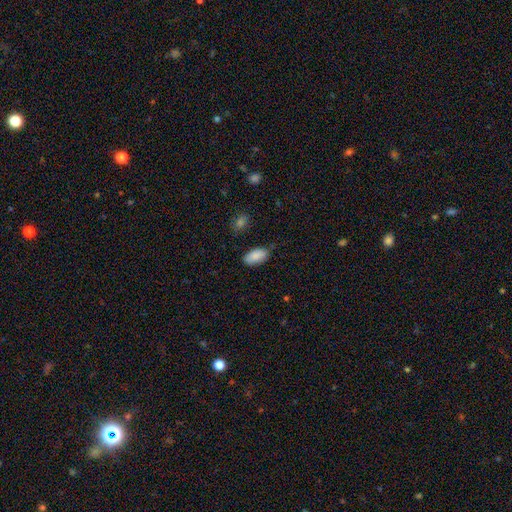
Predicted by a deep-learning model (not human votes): smooth_or_featured: smooth (p=0.87) [alt: star or artifact p=0.07]
how_rounded: in between (p=0.93) [alt: cigar-shaped p=0.04]
merging: none (p=0.79) [alt: minor disturbance p=0.16]